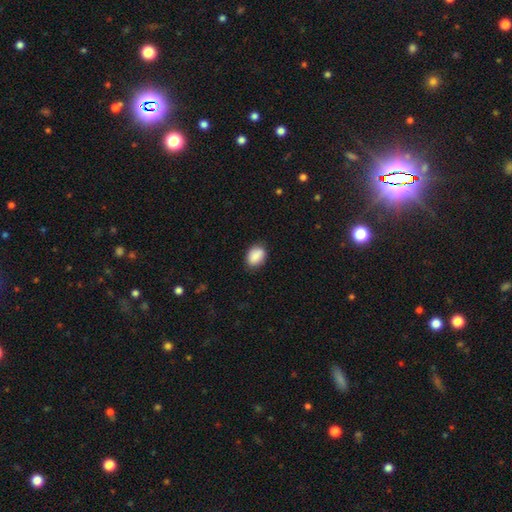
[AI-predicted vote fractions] Smooth or featured: smooth — 88% (star or artifact — 7%)
How rounded: in between — 76% (round — 23%)
Merging: none — 79% (minor disturbance — 16%)